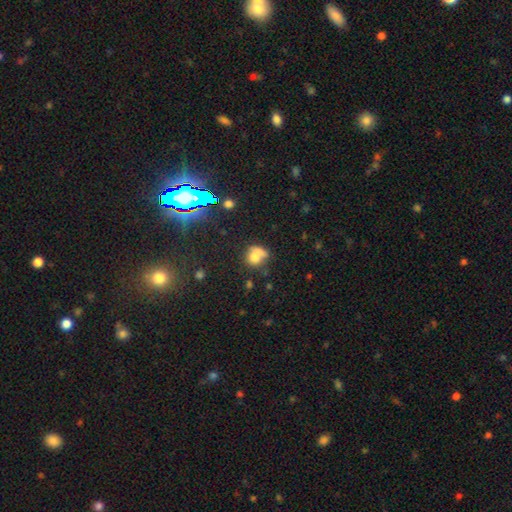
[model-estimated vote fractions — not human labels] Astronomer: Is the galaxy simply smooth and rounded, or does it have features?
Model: smooth — 68%.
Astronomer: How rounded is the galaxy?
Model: round — 68%.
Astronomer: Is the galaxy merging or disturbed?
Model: none — 35% (runner-up: merger, 34%).